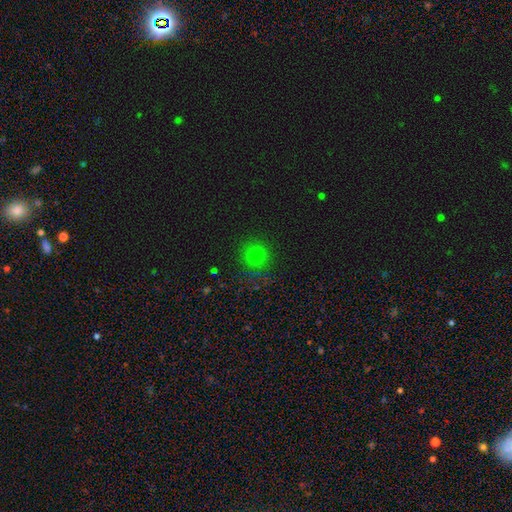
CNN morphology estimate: Smooth or featured? Predicted: smooth (p=0.74). How rounded? Predicted: round (p=0.86). Merging? Predicted: none (p=0.83).